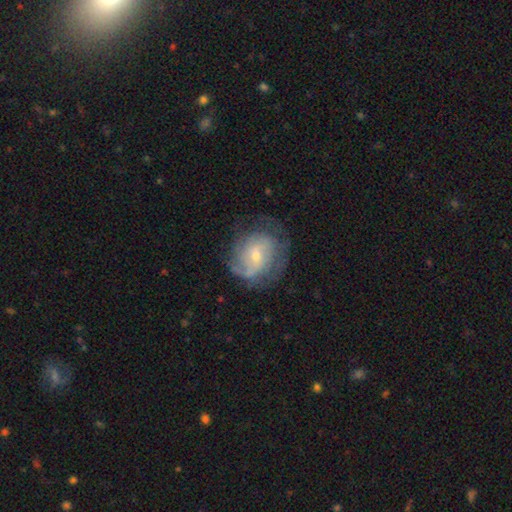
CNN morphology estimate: Smooth or featured? featured or disk (72%)
Edge-on disk? no (97%)
Bar? no (54%)
Spiral arms? yes (87%)
Spiral winding? tight (45%)
Spiral arm count? can't tell (39%)
Bulge size? small (59%)
Merging? none (64%)